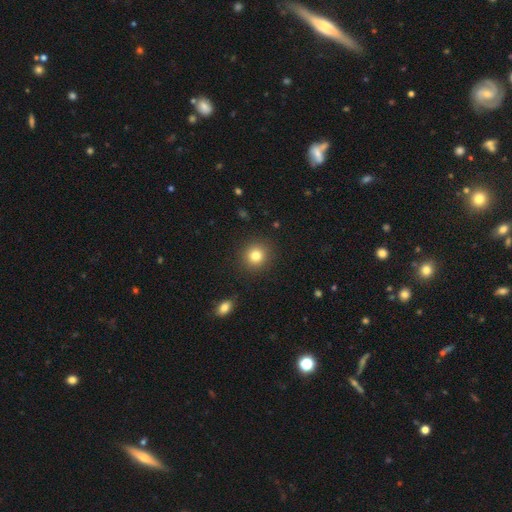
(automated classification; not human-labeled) smooth-or-featured: smooth: 82% | star or artifact: 11% | featured or disk: 7%
  how-rounded: round: 90% | in between: 9% | cigar-shaped: 1%
  merging: none: 90% | minor disturbance: 6% | major disturbance: 2% | merger: 1%